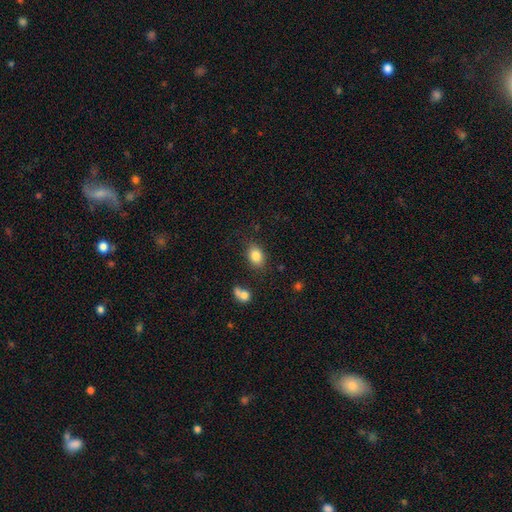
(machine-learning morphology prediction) Smooth or featured?
  - smooth: 83% *
  - star or artifact: 9%
  - featured or disk: 8%
How rounded?
  - in between: 77% *
  - round: 21%
  - cigar-shaped: 1%
Merging?
  - none: 79% *
  - minor disturbance: 13%
  - merger: 4%
  - major disturbance: 4%